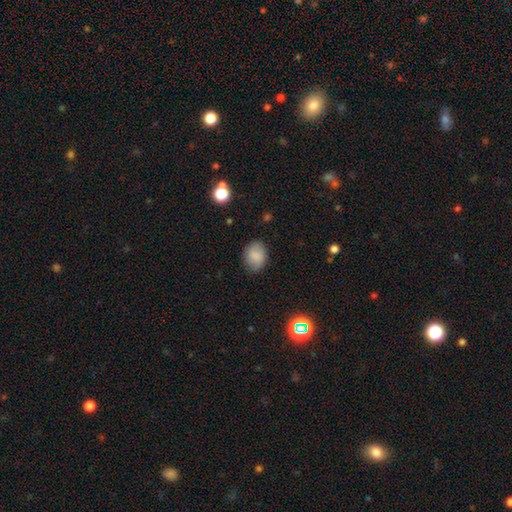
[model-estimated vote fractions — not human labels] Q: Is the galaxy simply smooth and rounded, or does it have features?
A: smooth — 84%.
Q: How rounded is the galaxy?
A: in between — 61%.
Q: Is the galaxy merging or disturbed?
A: none — 82%.